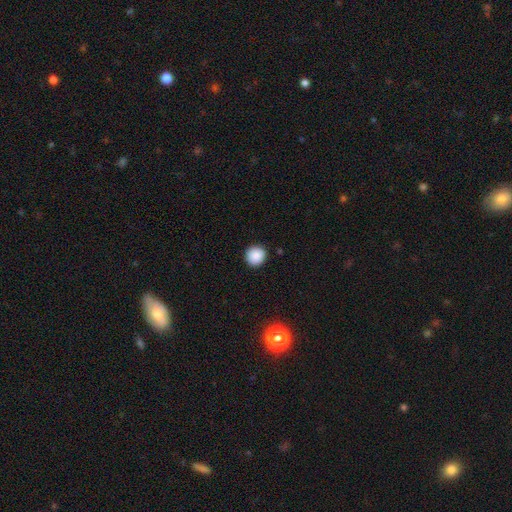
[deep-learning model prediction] The model was most divided on "smooth or featured": smooth: 88%, star or artifact: 8%, featured or disk: 3%. More confident: how rounded — round (94%); merging — none (91%).